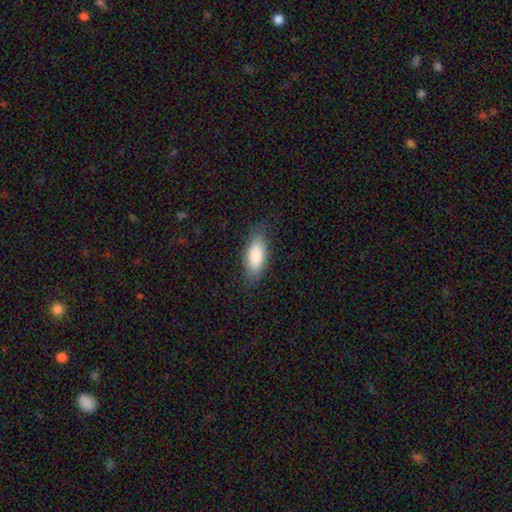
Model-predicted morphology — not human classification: Smooth or featured?
  - smooth: 84% *
  - featured or disk: 10%
  - star or artifact: 6%
How rounded?
  - in between: 79% *
  - cigar-shaped: 19%
  - round: 2%
Merging?
  - none: 81% *
  - minor disturbance: 14%
  - major disturbance: 4%
  - merger: 1%